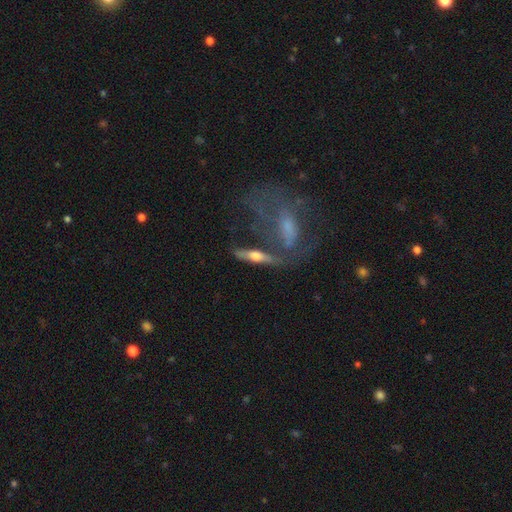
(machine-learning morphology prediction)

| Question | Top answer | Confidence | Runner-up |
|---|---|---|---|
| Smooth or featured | featured or disk | 52% | smooth (41%) |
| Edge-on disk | yes | 84% | no (16%) |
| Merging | none | 61% | minor disturbance (17%) |